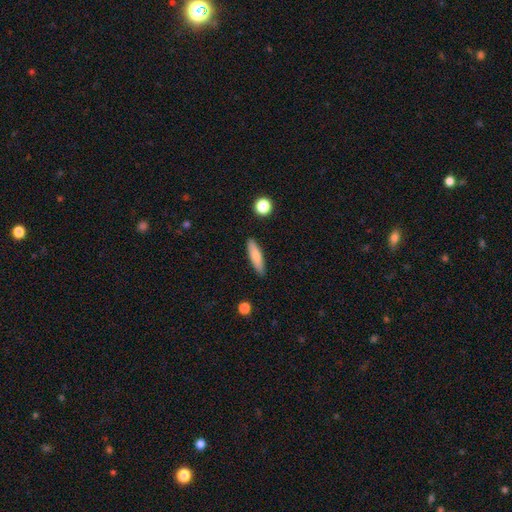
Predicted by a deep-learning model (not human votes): smooth_or_featured: smooth (p=0.75) [alt: featured or disk p=0.19]
how_rounded: cigar-shaped (p=0.73) [alt: in between p=0.25]
merging: none (p=0.87) [alt: minor disturbance p=0.09]